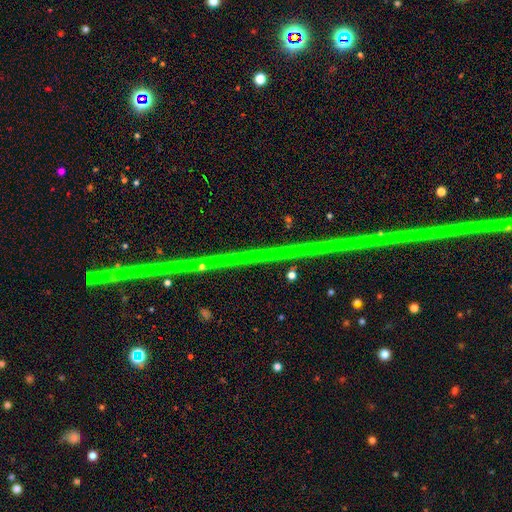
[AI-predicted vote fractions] Q: Smooth or featured?
A: star or artifact (84%); runner-up: featured or disk (11%)